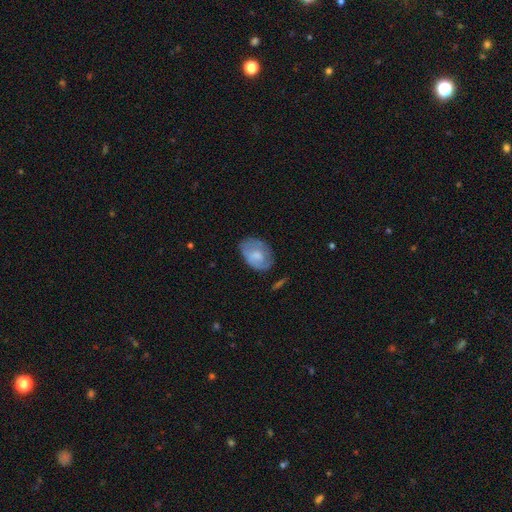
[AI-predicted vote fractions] Smooth or featured?
  - smooth: 57% *
  - featured or disk: 36%
  - star or artifact: 7%
How rounded?
  - in between: 80% *
  - round: 19%
  - cigar-shaped: 1%
Merging?
  - none: 58% *
  - minor disturbance: 28%
  - major disturbance: 11%
  - merger: 2%